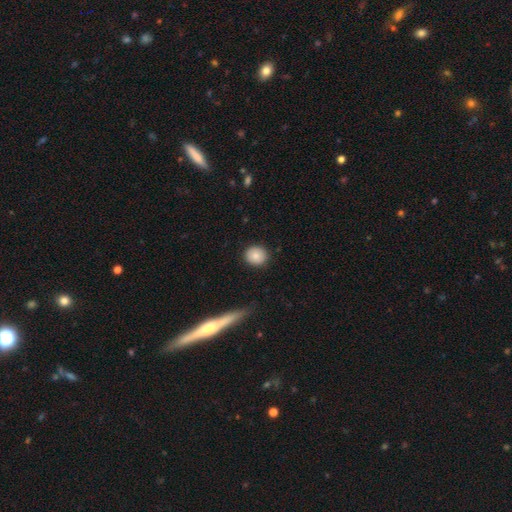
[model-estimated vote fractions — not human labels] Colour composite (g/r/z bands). It shows a smooth galaxy with no disk features (84%) that is round (84%). Merging: none (88%).